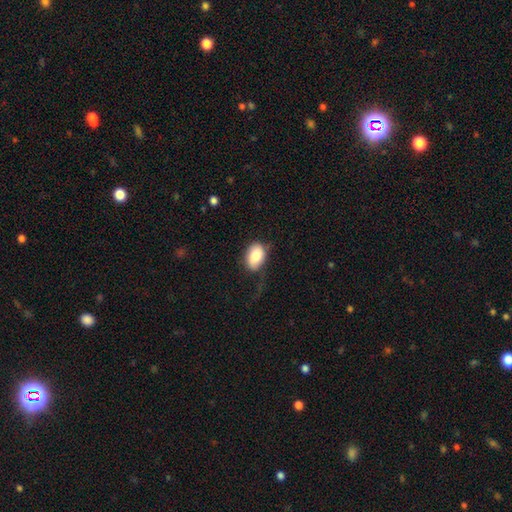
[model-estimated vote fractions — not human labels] A smooth galaxy with no disk features (82%) that is in between round and cigar-shaped (85%). Merging: none (52%).